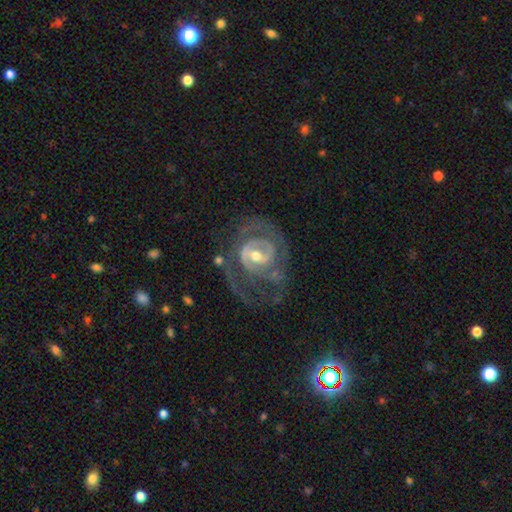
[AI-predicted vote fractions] featured or disk 84%, smooth 8%, star or artifact 8%. Down the decision tree: edge-on disk — no (97%); bar — weak (44%); spiral arms — yes (85%); spiral arm count — 2 (49%); spiral winding — tight (52%); bulge size — moderate (47%, tied with small); merging — none (59%).